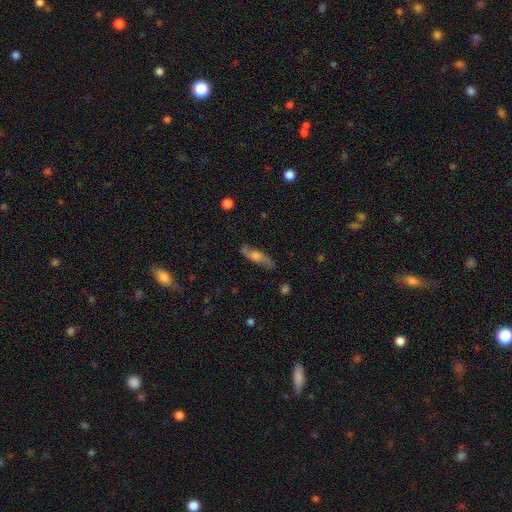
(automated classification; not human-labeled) smooth_or_featured: featured or disk (p=0.49) [alt: smooth p=0.43]
merging: none (p=0.79) [alt: minor disturbance p=0.15]